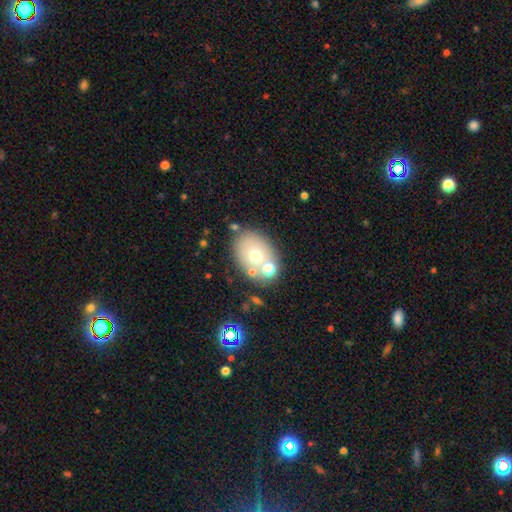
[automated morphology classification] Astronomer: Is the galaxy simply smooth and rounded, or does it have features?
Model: smooth — 61%.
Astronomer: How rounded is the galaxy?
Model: in between — 66%.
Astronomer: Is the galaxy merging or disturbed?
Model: none — 65%.